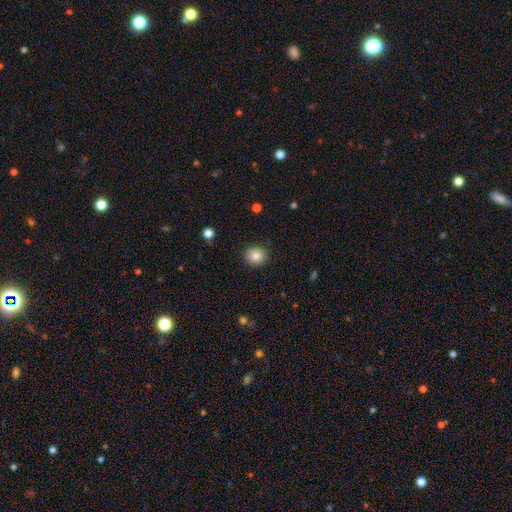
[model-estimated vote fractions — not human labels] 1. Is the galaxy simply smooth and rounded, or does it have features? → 85% smooth, 10% star or artifact, 6% featured or disk.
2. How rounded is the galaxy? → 86% round, 13% in between, 1% cigar-shaped.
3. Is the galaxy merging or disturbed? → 90% none, 7% minor disturbance, 2% major disturbance, 1% merger.